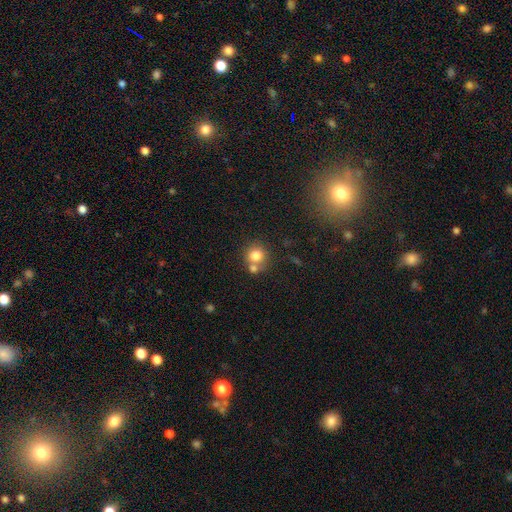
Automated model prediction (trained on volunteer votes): This appears to be a smooth galaxy with no disk features (78%) that is round (87%). Merging: none (55%).